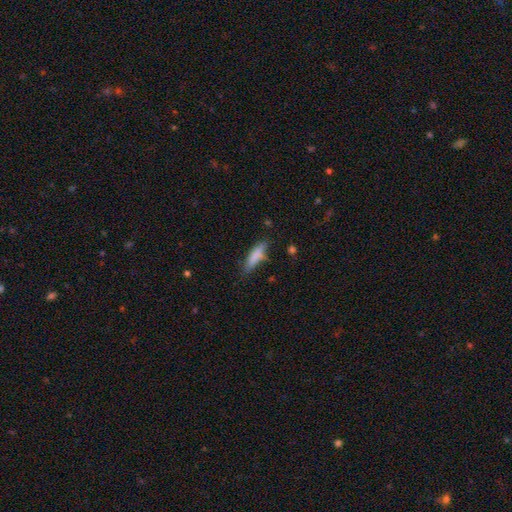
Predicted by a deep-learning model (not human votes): A smooth galaxy with no disk features (78%) that is cigar-shaped (66%). Merging: none (66%).